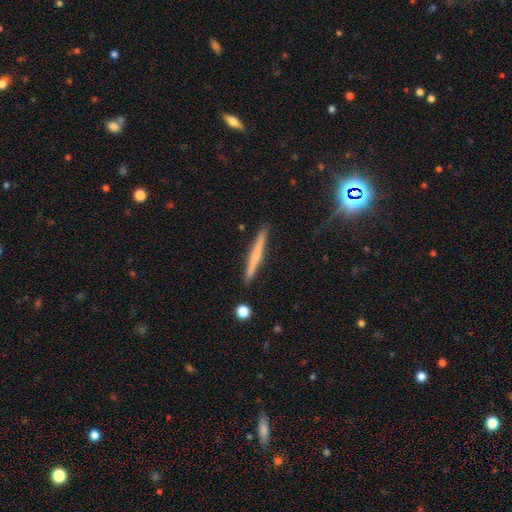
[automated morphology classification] Smooth or featured? Predicted: smooth (p=0.57). How rounded? Predicted: cigar-shaped (p=0.96). Merging? Predicted: none (p=0.91).